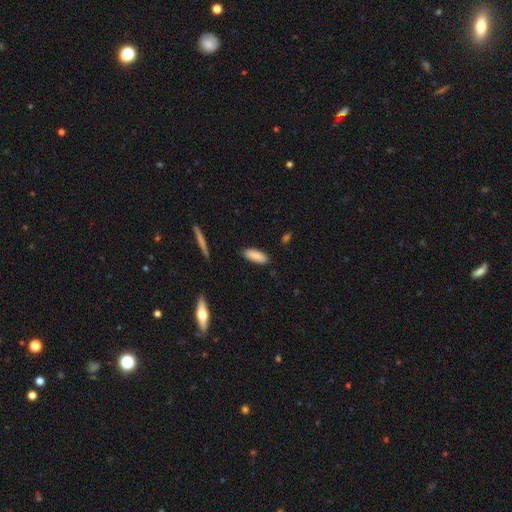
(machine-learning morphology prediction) Overall: smooth (86%). How rounded: in between (68%; cigar-shaped 30%). Merging: none (88%).